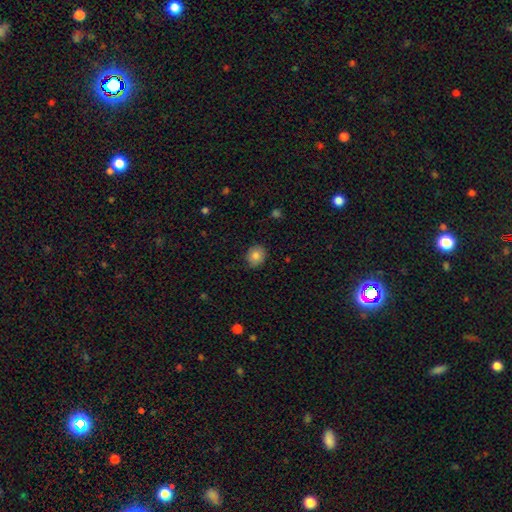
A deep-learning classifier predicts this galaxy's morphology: Smooth or featured? smooth (85%)
How rounded? round (66%)
Merging? none (87%)